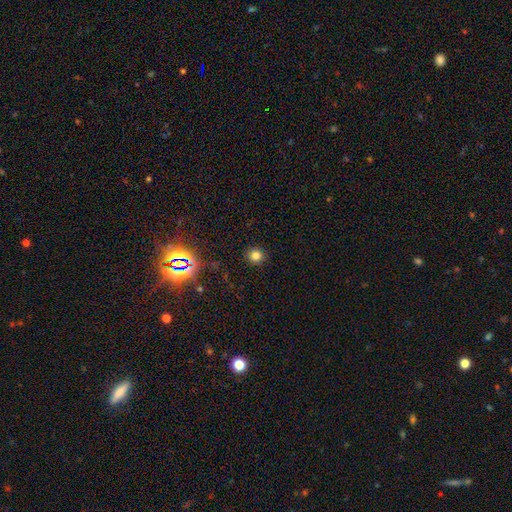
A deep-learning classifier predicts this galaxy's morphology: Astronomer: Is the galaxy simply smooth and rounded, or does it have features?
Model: smooth — 77%.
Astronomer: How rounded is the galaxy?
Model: round — 92%.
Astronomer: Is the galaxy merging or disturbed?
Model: none — 91%.